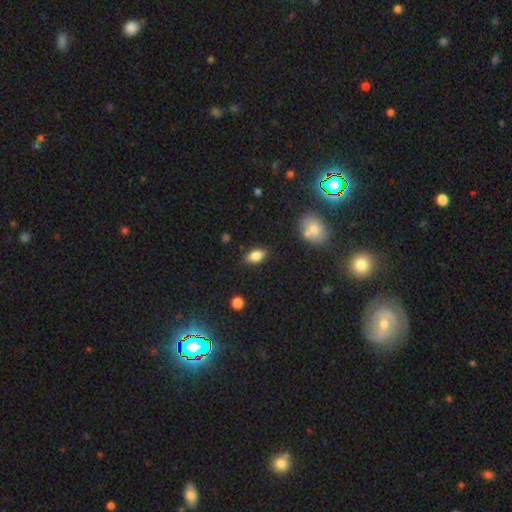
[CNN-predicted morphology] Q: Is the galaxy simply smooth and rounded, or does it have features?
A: smooth — 80%.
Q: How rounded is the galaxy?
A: in between — 89%.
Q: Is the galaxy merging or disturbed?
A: none — 85%.